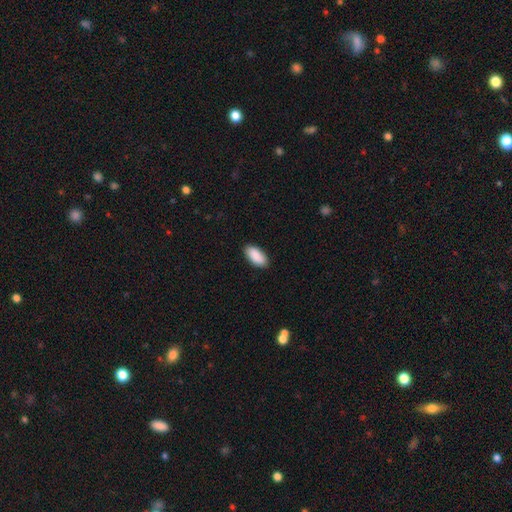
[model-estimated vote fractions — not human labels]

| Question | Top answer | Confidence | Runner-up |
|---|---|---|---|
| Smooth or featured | smooth | 91% | star or artifact (6%) |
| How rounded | in between | 92% | cigar-shaped (6%) |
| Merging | none | 88% | minor disturbance (9%) |